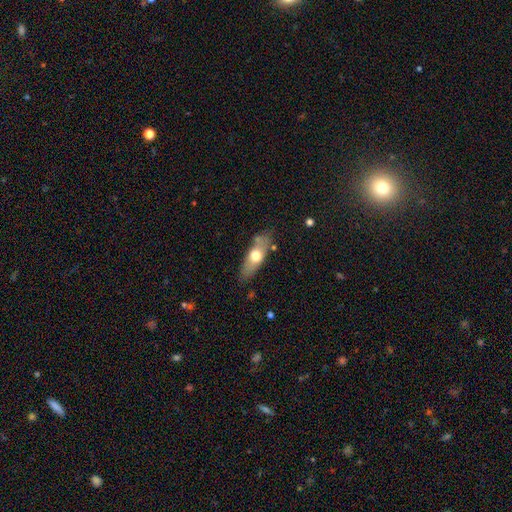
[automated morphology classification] This appears to be a smooth galaxy with no disk features (60%) that is in between round and cigar-shaped (61%). Merging: none (73%).